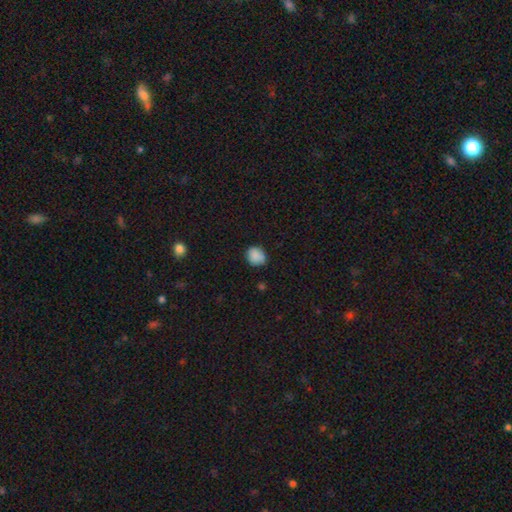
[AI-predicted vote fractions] The model was most divided on "how rounded": round: 78%, in between: 21%, cigar-shaped: 1%. More confident: smooth or featured — smooth (87%); merging — none (77%).